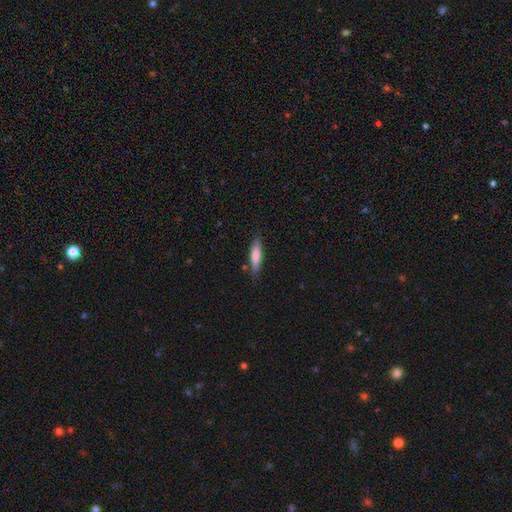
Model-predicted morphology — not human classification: A smooth galaxy with no disk features (77%) that is cigar-shaped (76%). Merging: none (81%).